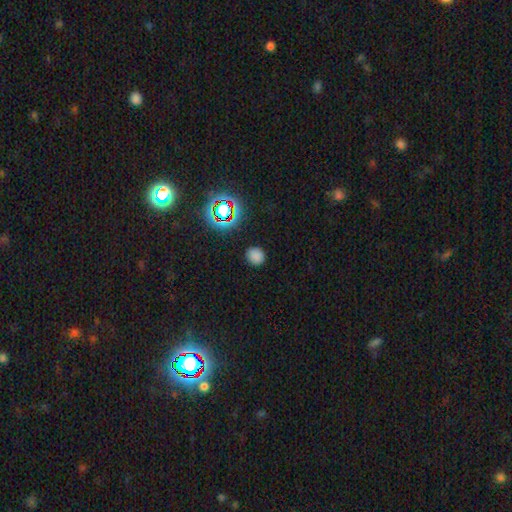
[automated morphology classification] A smooth galaxy with no disk features (75%) that is round (82%).

Vote fractions:
- Smooth or featured? smooth: 75% / star or artifact: 20% / featured or disk: 5%
- How rounded? round: 82% / in between: 17% / cigar-shaped: 1%
- Merging? none: 87% / minor disturbance: 9% / major disturbance: 3% / merger: 1%